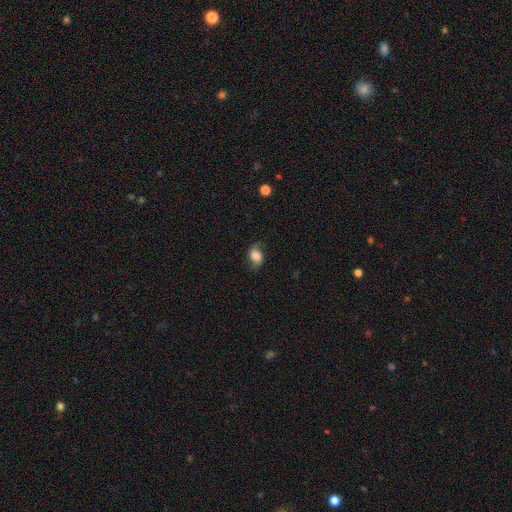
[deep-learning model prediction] smooth-or-featured: smooth: 70% | featured or disk: 20% | star or artifact: 10%
  how-rounded: in between: 72% | round: 26% | cigar-shaped: 1%
  merging: none: 67% | minor disturbance: 23% | major disturbance: 9% | merger: 1%